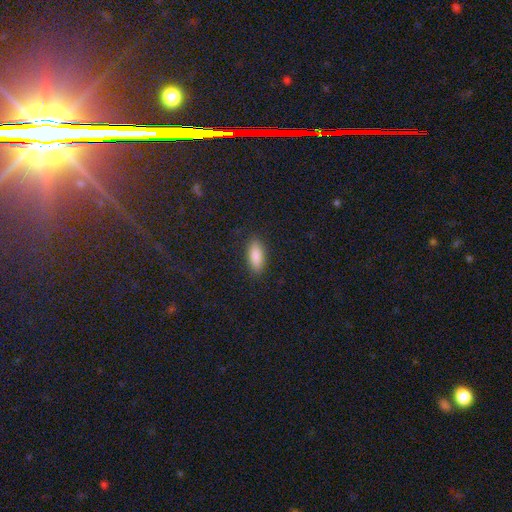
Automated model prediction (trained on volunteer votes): Overall: smooth (87%). How rounded: in between (79%). Merging: none (88%).